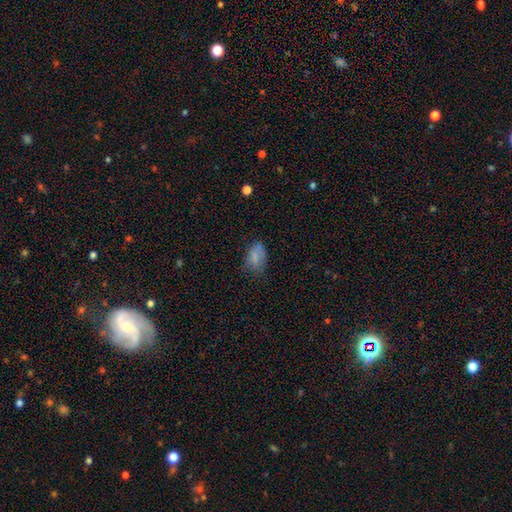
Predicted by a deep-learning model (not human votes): The model was most divided on "merging": none: 58%, minor disturbance: 29%, major disturbance: 11%, merger: 2%. More confident: how rounded — in between (88%); smooth or featured — smooth (72%).